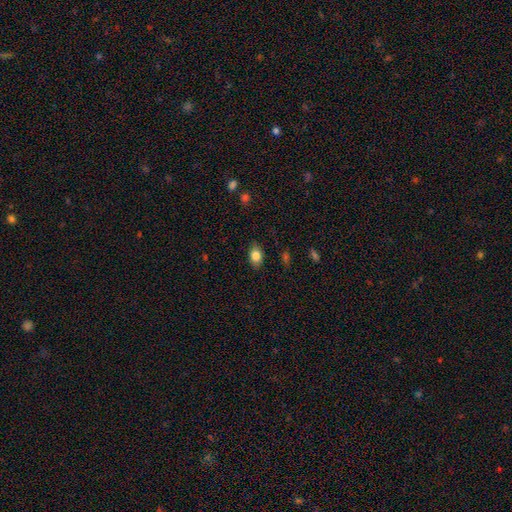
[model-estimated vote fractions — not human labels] A smooth galaxy with no disk features (83%) that is in between round and cigar-shaped (82%). Merging: none (84%).